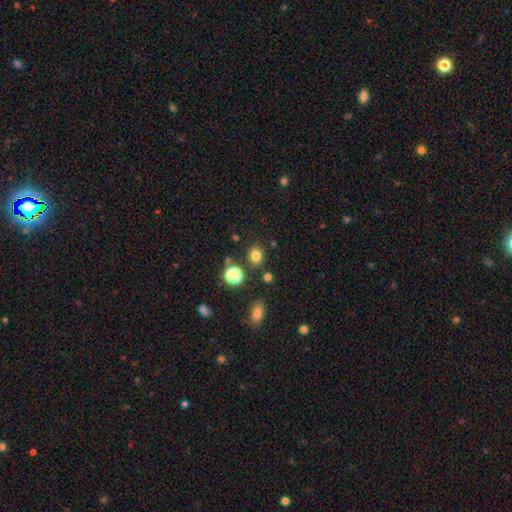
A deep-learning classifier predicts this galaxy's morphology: Smooth or featured? Predicted: smooth (p=0.78). How rounded? Predicted: round (p=0.72). Merging? Predicted: none (p=0.83).